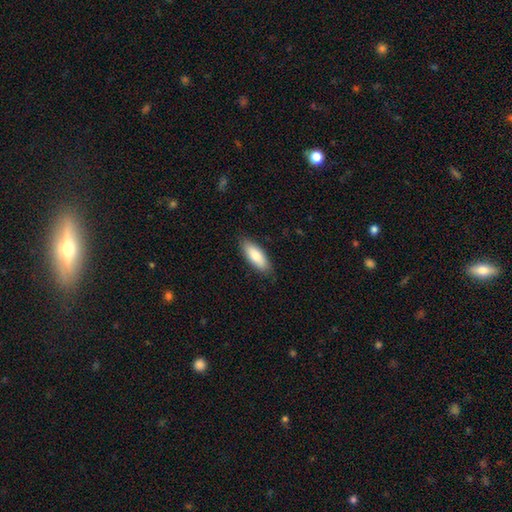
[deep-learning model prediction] Smooth or featured? smooth (81%)
How rounded? in between (70%)
Merging? none (86%)